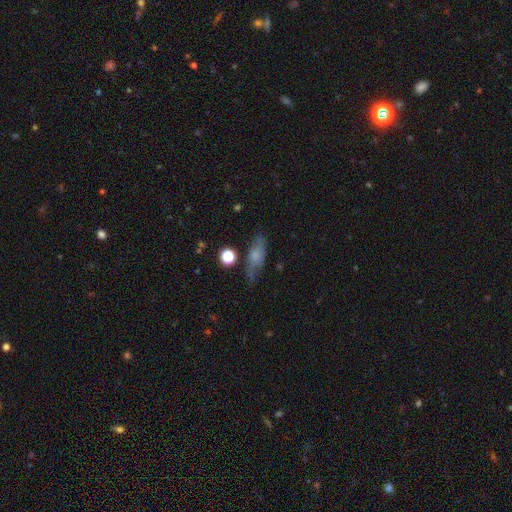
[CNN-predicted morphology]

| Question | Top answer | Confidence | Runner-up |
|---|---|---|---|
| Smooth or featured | smooth | 50% | featured or disk (39%) |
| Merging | none | 60% | minor disturbance (25%) |